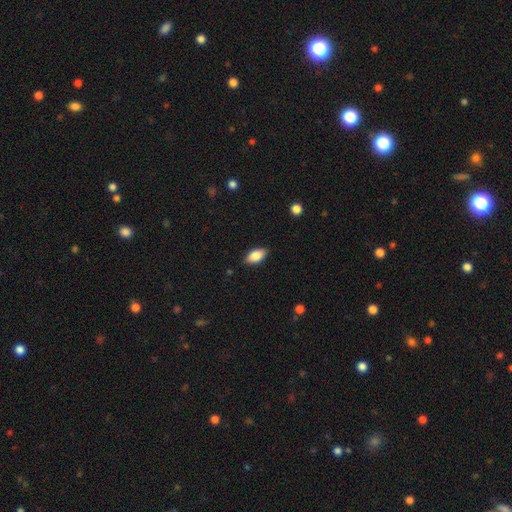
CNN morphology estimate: Smooth or featured?
  - smooth: 85% *
  - featured or disk: 8%
  - star or artifact: 7%
How rounded?
  - in between: 91% *
  - cigar-shaped: 6%
  - round: 3%
Merging?
  - none: 87% *
  - minor disturbance: 10%
  - major disturbance: 2%
  - merger: 1%